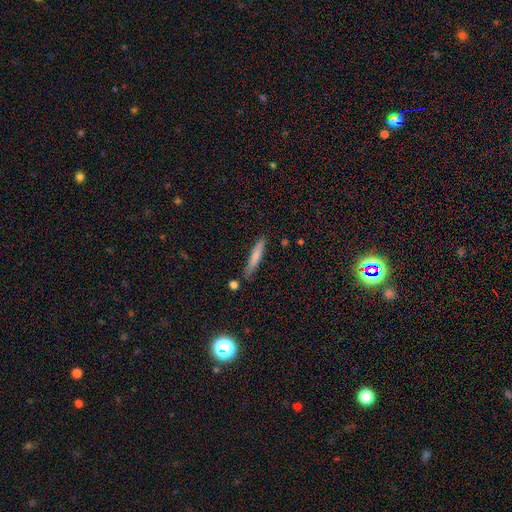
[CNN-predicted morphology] Smooth or featured?
  - smooth: 73% *
  - featured or disk: 20%
  - star or artifact: 7%
How rounded?
  - cigar-shaped: 92% *
  - in between: 6%
  - round: 1%
Merging?
  - none: 80% *
  - minor disturbance: 14%
  - merger: 4%
  - major disturbance: 3%